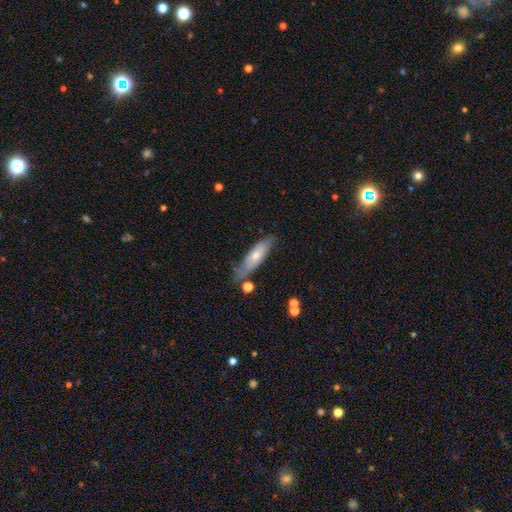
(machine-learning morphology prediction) This appears to be a smooth galaxy with no disk features (61%) that is cigar-shaped (62%). Merging: none (69%).